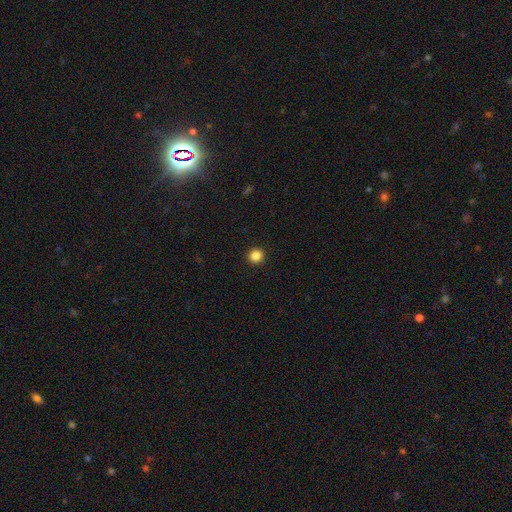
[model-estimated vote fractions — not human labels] Smooth or featured? Predicted: smooth (p=0.85). How rounded? Predicted: round (p=0.94). Merging? Predicted: none (p=0.94).